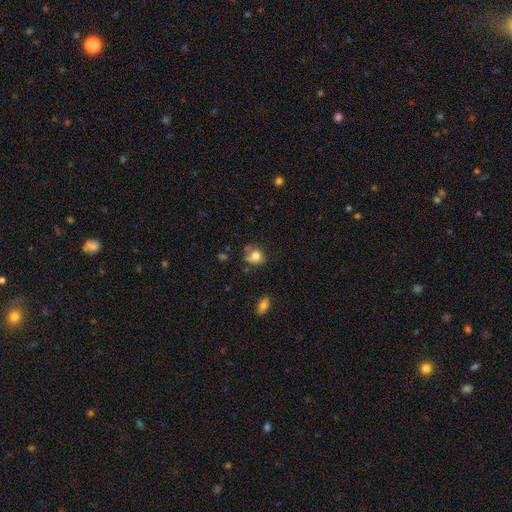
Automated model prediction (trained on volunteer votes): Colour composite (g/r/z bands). It shows a smooth galaxy with no disk features (76%) that is round (63%). Merging: none (52%).